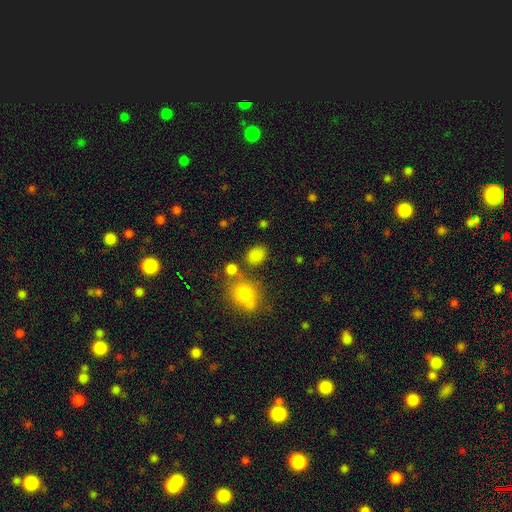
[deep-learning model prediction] This is clearly a smooth galaxy (81%). How rounded: likely in between (60%). Merging: likely none (71%).